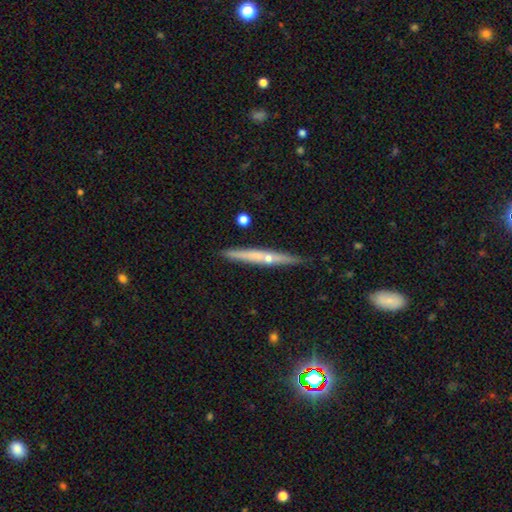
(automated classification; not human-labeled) Smooth or featured? featured or disk (58%)
Edge-on disk? yes (96%)
Edge-on bulge? rounded (60%)
Merging? none (86%)